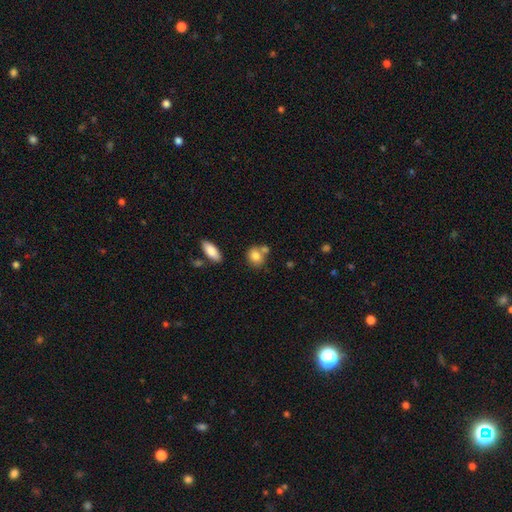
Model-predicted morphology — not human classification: Smooth or featured: smooth — 81% (featured or disk — 11%)
How rounded: round — 58% (in between — 40%)
Merging: none — 56% (merger — 27%)